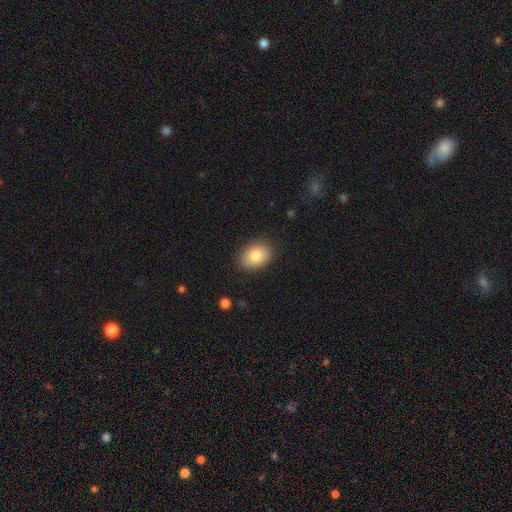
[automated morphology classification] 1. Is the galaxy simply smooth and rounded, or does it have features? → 83% smooth, 10% featured or disk, 7% star or artifact.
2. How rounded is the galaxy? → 76% in between, 23% round, 1% cigar-shaped.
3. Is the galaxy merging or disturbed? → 87% none, 10% minor disturbance, 2% major disturbance, 1% merger.